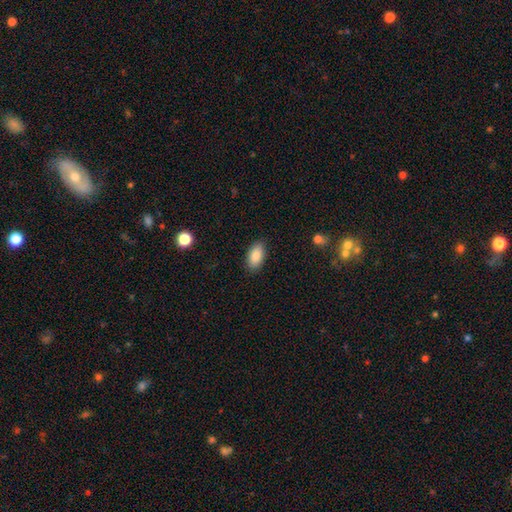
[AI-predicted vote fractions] Q: Smooth or featured?
A: smooth (87%); runner-up: star or artifact (7%)
Q: How rounded?
A: in between (93%); runner-up: cigar-shaped (4%)
Q: Merging?
A: none (87%); runner-up: minor disturbance (9%)